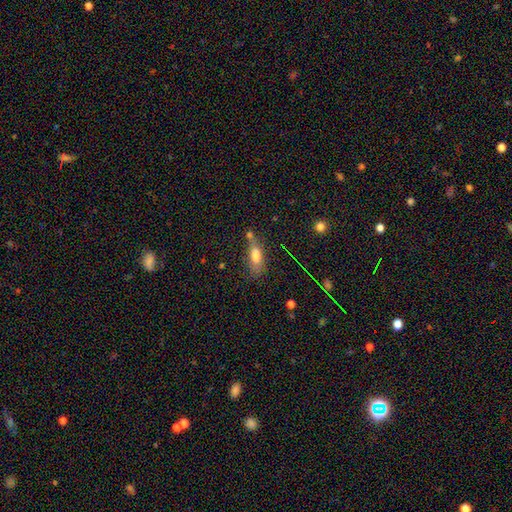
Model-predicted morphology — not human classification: Overall: smooth (73%). How rounded: in between (76%). Merging: none (47%; minor disturbance 23%).